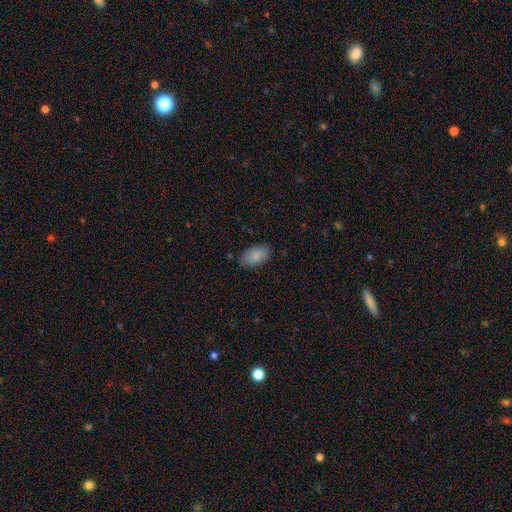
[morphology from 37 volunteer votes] This appears to be a smooth galaxy with no disk features (89%) that is in between round and cigar-shaped (100%). Merging: none (94%).